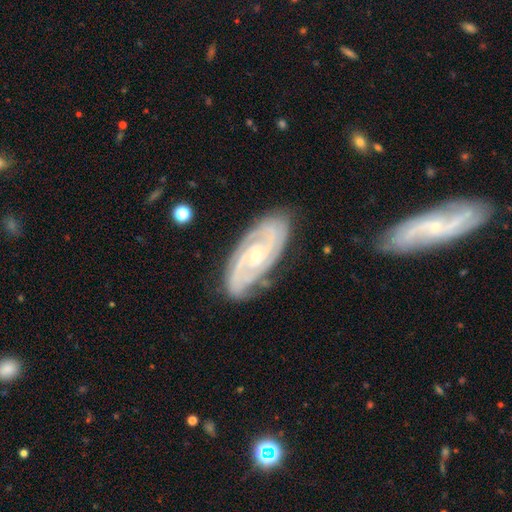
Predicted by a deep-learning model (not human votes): This is clearly a featured or disk galaxy (90%). It is clearly not viewed edge-on (95%). Bar: possibly no (54%). Spiral arm pattern: clearly yes (98%). Spiral arm count: possibly 2 (56%). Spiral winding: likely tight (68%). Central bulge: likely small (73%). Merging: clearly none (80%).